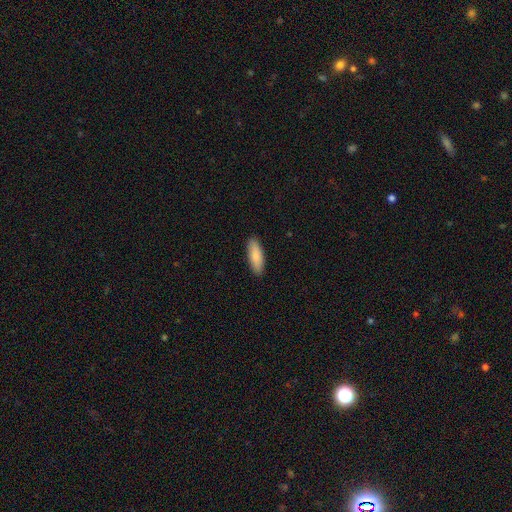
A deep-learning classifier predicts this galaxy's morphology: Smooth or featured? smooth (87%)
How rounded? in between (59%)
Merging? none (90%)